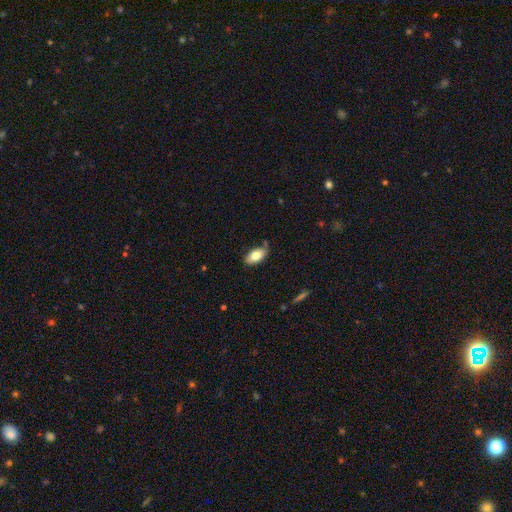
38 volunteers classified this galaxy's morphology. Smooth or featured? smooth (84%)
How rounded? in between (97%)
Merging? none (89%)